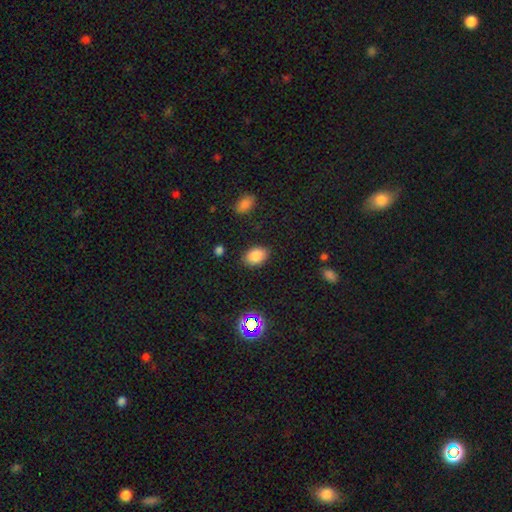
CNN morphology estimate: Overall: smooth (85%). How rounded: in between (84%). Merging: none (85%).